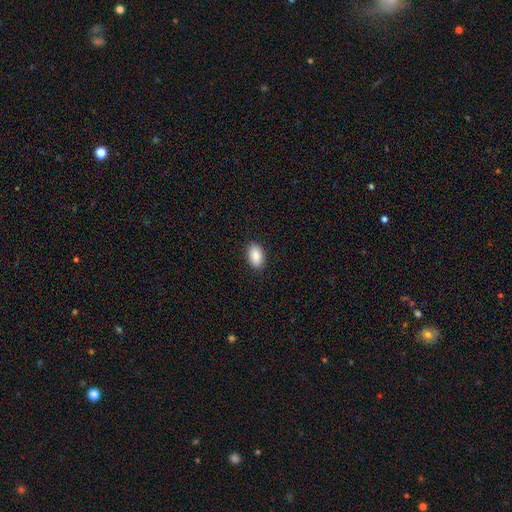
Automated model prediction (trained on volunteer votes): Overall: smooth (89%). How rounded: in between (92%). Merging: none (89%).